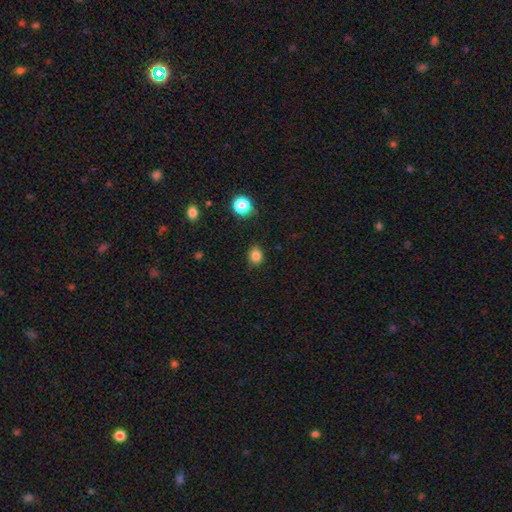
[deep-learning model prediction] Smooth or featured? Predicted: smooth (p=0.83). How rounded? Predicted: round (p=0.61). Merging? Predicted: none (p=0.85).